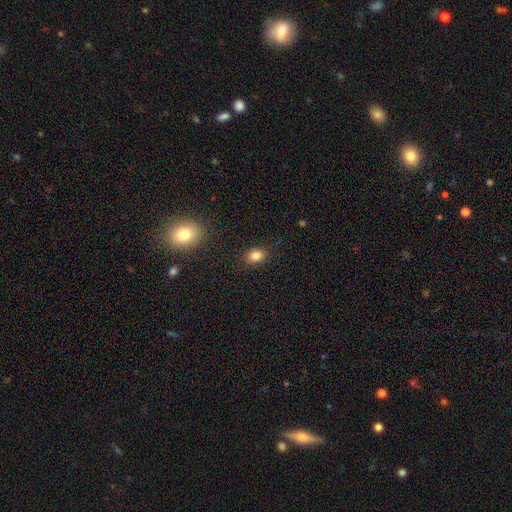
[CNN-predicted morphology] smooth 82%, star or artifact 12%, featured or disk 6%. Down the decision tree: how rounded — in between (64%); merging — none (87%).